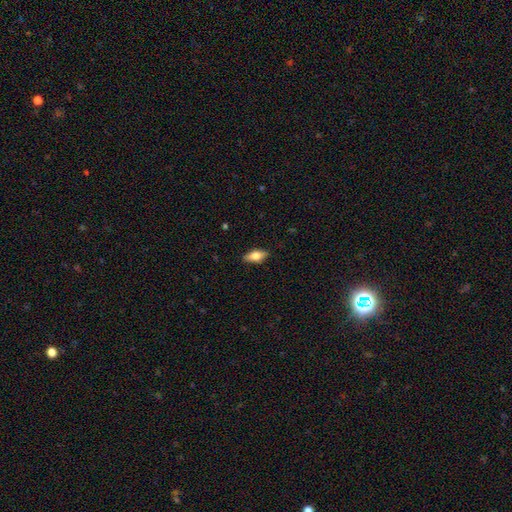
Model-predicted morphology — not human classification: type=smooth (64%); roundness=in between (79%); merging=none (86%).